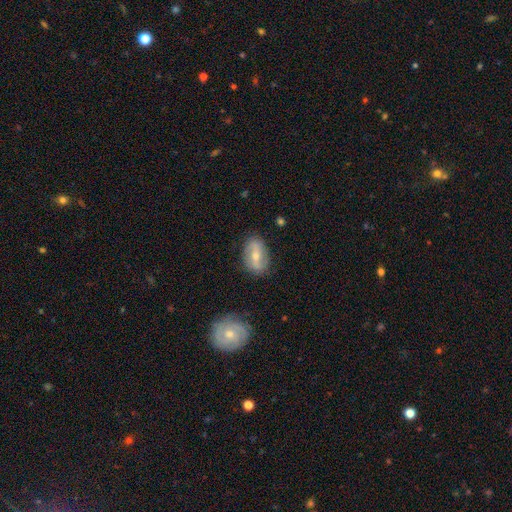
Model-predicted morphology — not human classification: Smooth or featured? Predicted: featured or disk (p=0.61). Edge-on disk? Predicted: no (p=0.93). Bar? Predicted: weak (p=0.38). Spiral arms? Predicted: yes (p=0.76). Bulge size? Predicted: moderate (p=0.50). Merging? Predicted: none (p=0.81).